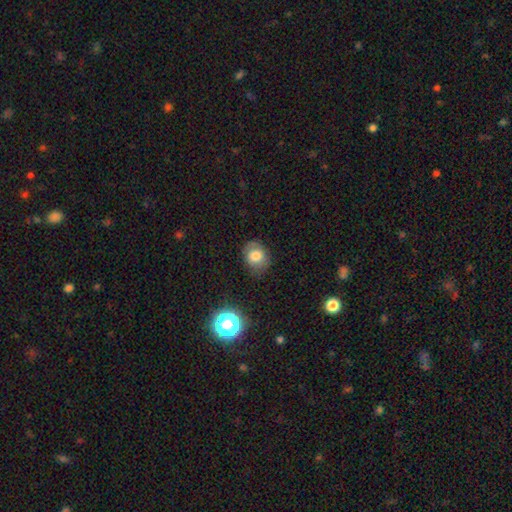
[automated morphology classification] This is likely a smooth galaxy (76%). How rounded: possibly round (56%). Merging: likely none (76%).